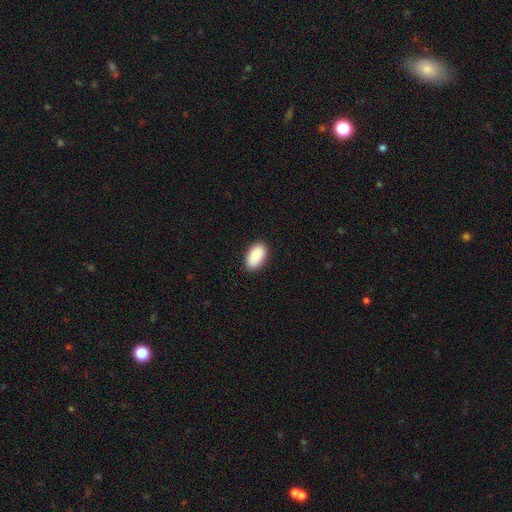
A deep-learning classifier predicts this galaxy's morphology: Smooth or featured? Predicted: smooth (p=0.91). How rounded? Predicted: in between (p=0.95). Merging? Predicted: none (p=0.89).